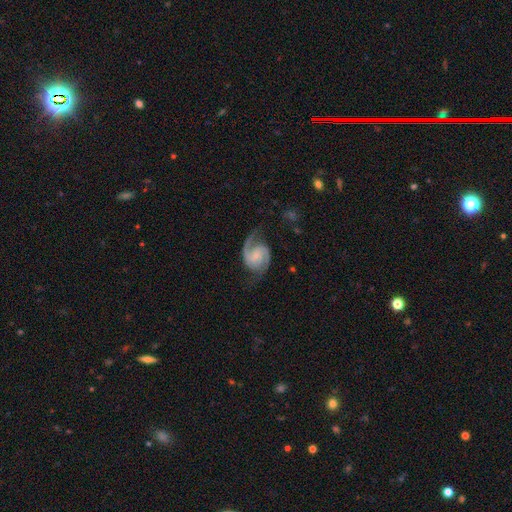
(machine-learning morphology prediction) type=featured or disk (91%); edge-on=no (98%); bar=no (57%); spiral arms=yes (98%); winding=medium (56%); arm count=2 (92%); bulge=small (51%); merging=none (73%).